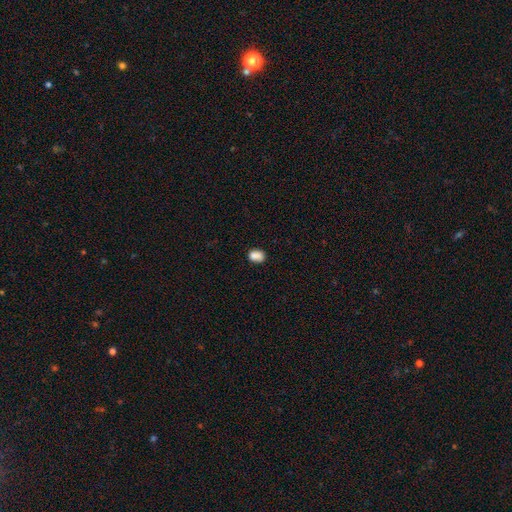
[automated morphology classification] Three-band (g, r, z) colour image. It shows a smooth galaxy with no disk features (84%) that is in between round and cigar-shaped (68%). Merging: none (65%).